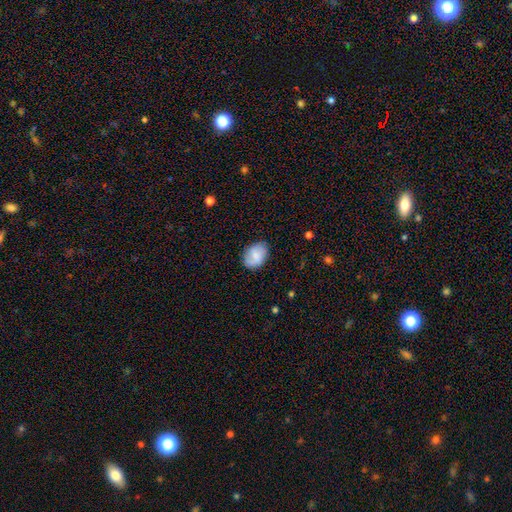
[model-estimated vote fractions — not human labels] Q: Smooth or featured?
A: smooth (70%); runner-up: featured or disk (23%)
Q: How rounded?
A: in between (68%); runner-up: round (30%)
Q: Merging?
A: none (75%); runner-up: minor disturbance (19%)